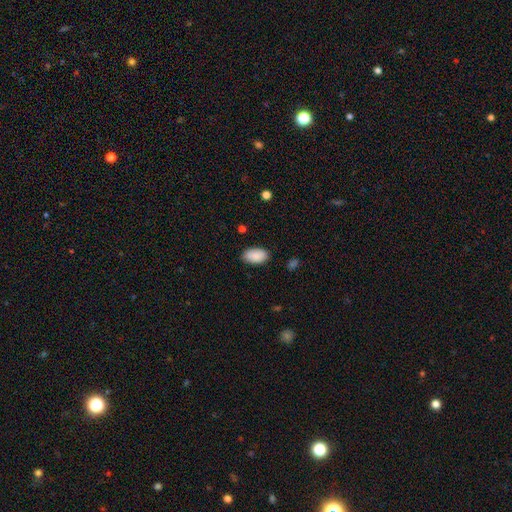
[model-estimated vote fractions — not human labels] smooth 90%, star or artifact 6%, featured or disk 4%. Down the decision tree: how rounded — in between (95%); merging — none (84%).